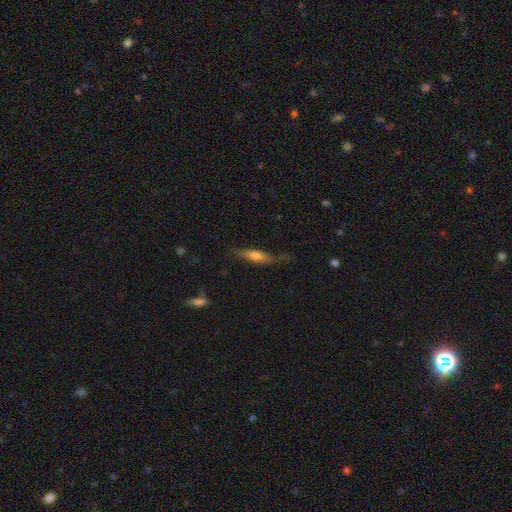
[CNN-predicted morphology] This is possibly a featured or disk galaxy (47%). Merging: likely none (66%).